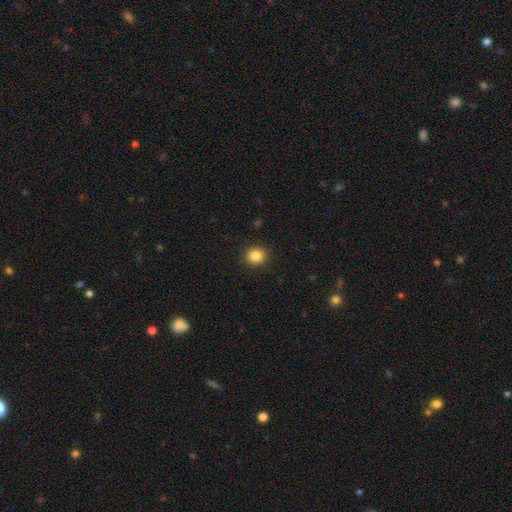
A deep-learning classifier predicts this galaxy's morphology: Smooth or featured? Predicted: smooth (p=0.86). How rounded? Predicted: round (p=0.79). Merging? Predicted: none (p=0.90).